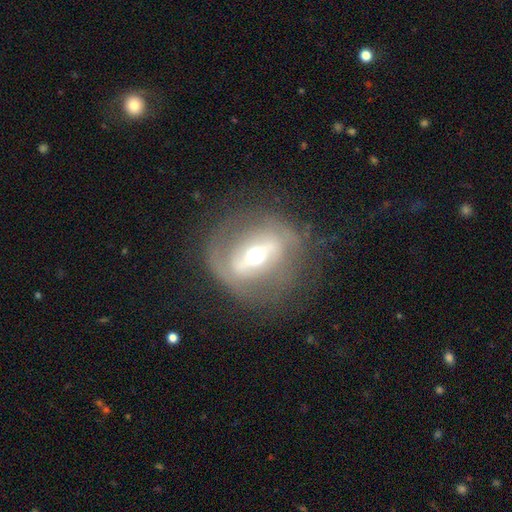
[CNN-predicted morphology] A featured or disk galaxy (73%) with a strong bar (67%), no spiral arms (64%) and a moderate central bulge (67%).

Vote fractions:
- Smooth or featured? featured or disk: 73% / smooth: 19% / star or artifact: 8%
- Edge-on disk? no: 80% / yes: 20%
- Bar? strong: 67% / weak: 21% / no: 12%
- Spiral arms? no: 64% / yes: 36%
- Bulge size? moderate: 67% / small: 19% / large: 12% / dominant: 2% / none: 1%
- Merging? none: 73% / minor disturbance: 14% / major disturbance: 12% / merger: 1%